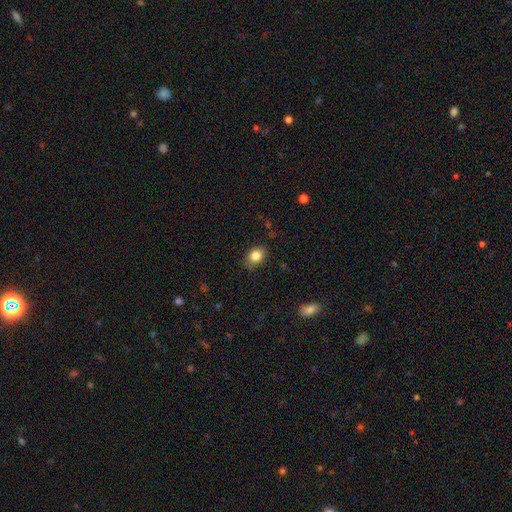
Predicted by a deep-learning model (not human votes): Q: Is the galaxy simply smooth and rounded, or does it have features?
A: smooth — 84%.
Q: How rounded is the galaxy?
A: in between — 58%.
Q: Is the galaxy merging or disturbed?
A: none — 80%.